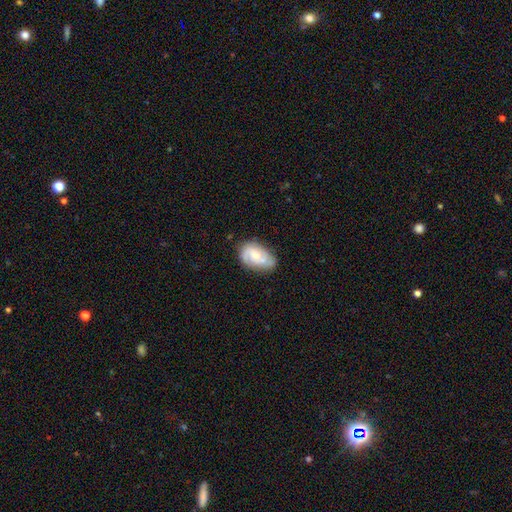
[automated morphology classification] smooth-or-featured: featured or disk: 62% | smooth: 31% | star or artifact: 6%
  disk-edge-on: no: 96% | yes: 4%
    bar: no: 62% | weak: 33% | strong: 6%
    has-spiral-arms: yes: 86% | no: 14%
      spiral-winding: medium: 44% | tight: 34% | loose: 22%
      spiral-arm-count: 2: 61% | can't tell: 19% | 3: 10% | 1: 7% | 4: 2% | more than 4: 2%
    bulge-size: small: 49% | moderate: 44% | none: 4% | large: 3% | dominant: 1%
  merging: none: 63% | minor disturbance: 25% | major disturbance: 7% | merger: 5%